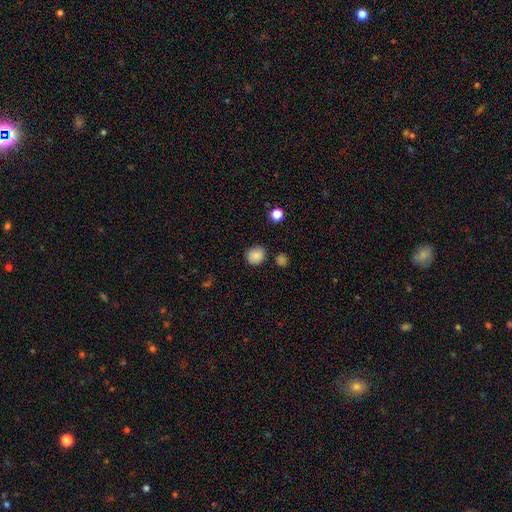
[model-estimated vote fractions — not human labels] Smooth or featured?
  - smooth: 85% *
  - star or artifact: 10%
  - featured or disk: 5%
How rounded?
  - round: 82% *
  - in between: 17%
  - cigar-shaped: 1%
Merging?
  - none: 83% *
  - minor disturbance: 11%
  - merger: 3%
  - major disturbance: 3%